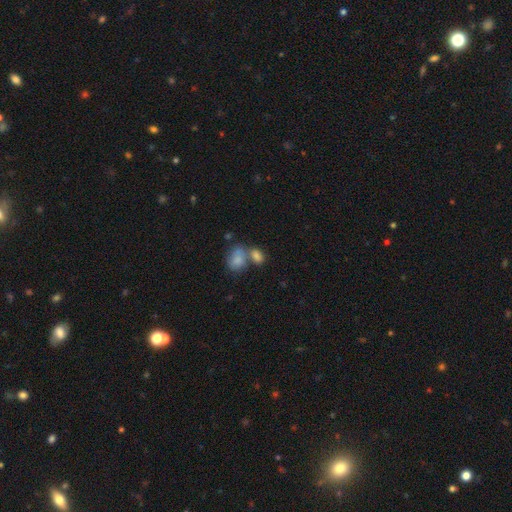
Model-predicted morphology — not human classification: smooth_or_featured: smooth (p=0.77) [alt: star or artifact p=0.12]
how_rounded: in between (p=0.75) [alt: round p=0.23]
merging: merger (p=0.51) [alt: none p=0.36]